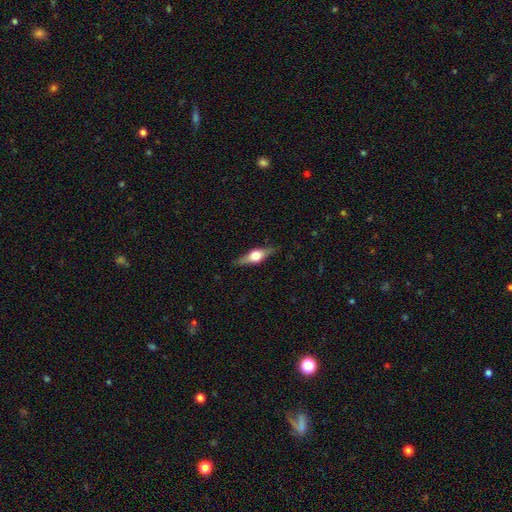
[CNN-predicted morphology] This appears to be a featured or disk galaxy (65%) viewed edge-on (95%) with a rounded central bulge (94%). Merging: none (85%).